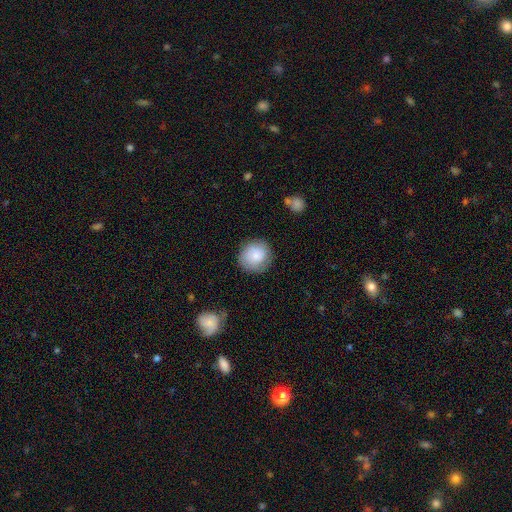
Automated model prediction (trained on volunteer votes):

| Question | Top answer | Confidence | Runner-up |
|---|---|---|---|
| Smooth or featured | smooth | 75% | featured or disk (18%) |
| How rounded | round | 88% | in between (11%) |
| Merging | none | 81% | minor disturbance (14%) |